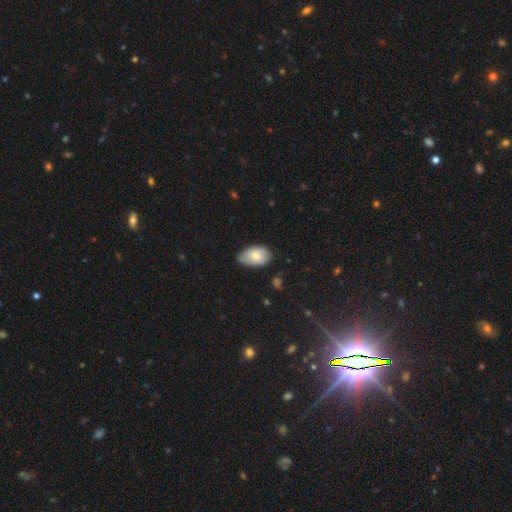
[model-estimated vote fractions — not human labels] smooth 75%, featured or disk 18%, star or artifact 7%. Down the decision tree: how rounded — in between (92%); merging — none (61%).